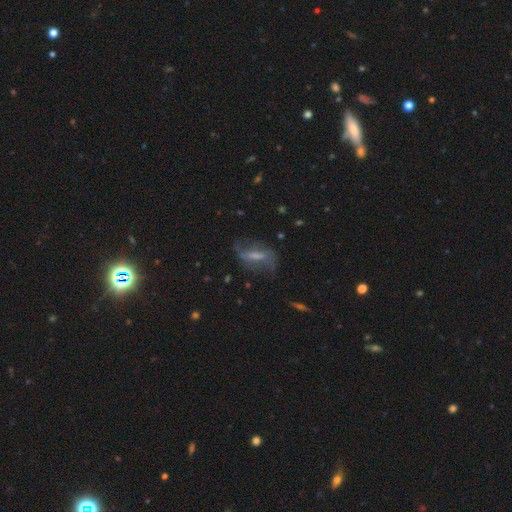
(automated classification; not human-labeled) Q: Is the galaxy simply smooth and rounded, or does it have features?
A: featured or disk — 58%.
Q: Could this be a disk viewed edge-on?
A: no — 84%.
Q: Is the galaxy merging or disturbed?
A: none — 55%.